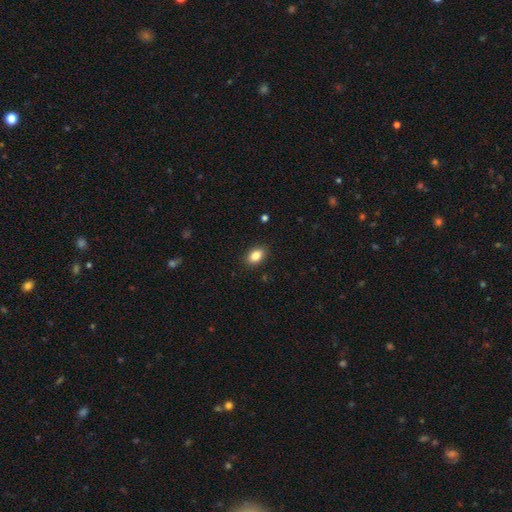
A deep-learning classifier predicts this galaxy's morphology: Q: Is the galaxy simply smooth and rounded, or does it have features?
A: smooth — 85%.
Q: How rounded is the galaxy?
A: in between — 86%.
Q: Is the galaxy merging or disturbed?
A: none — 89%.